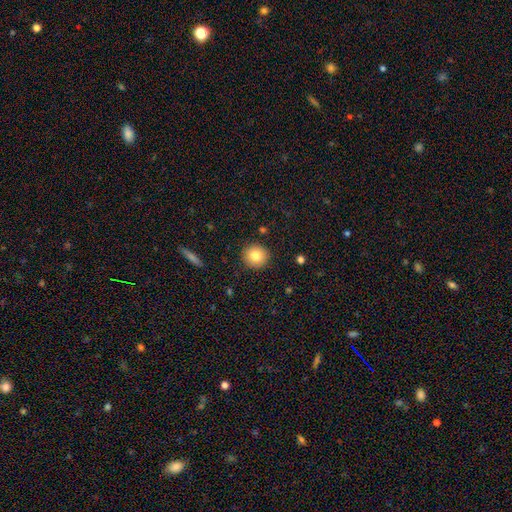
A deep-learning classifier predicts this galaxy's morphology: A smooth galaxy with no disk features (80%) that is round (92%). Merging: none (91%).